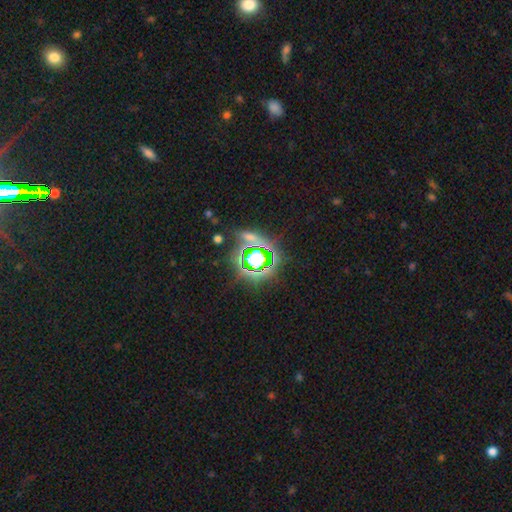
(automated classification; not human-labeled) Smooth or featured? star or artifact (79%)